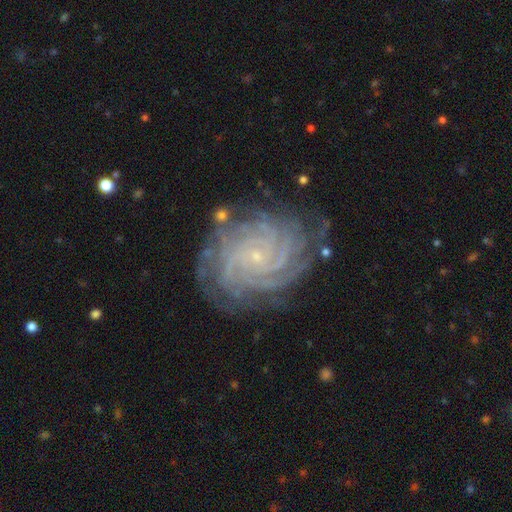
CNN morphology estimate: featured or disk 90%, star or artifact 6%, smooth 4%. Down the decision tree: edge-on disk — no (98%); bar — no (76%); spiral arms — yes (98%); spiral arm count — more than 4 (32%); spiral winding — tight (82%); bulge size — small (89%); merging — none (78%).